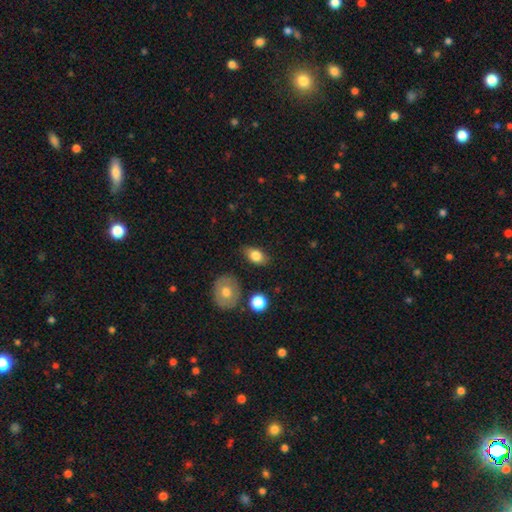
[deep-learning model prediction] Smooth or featured: smooth — 79% (featured or disk — 13%)
How rounded: in between — 85% (round — 12%)
Merging: none — 80% (minor disturbance — 14%)